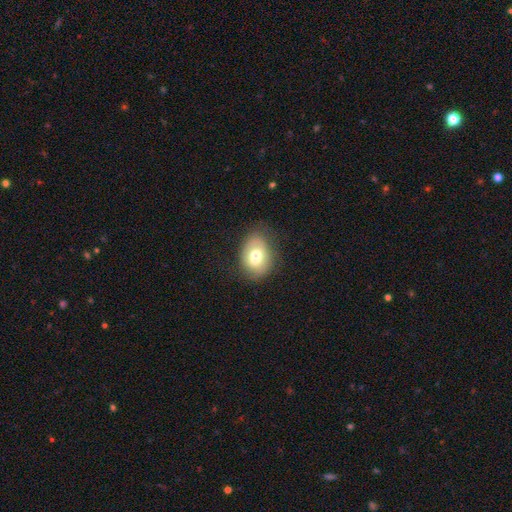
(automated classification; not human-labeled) Smooth or featured? smooth (68%)
How rounded? in between (73%)
Merging? none (71%)